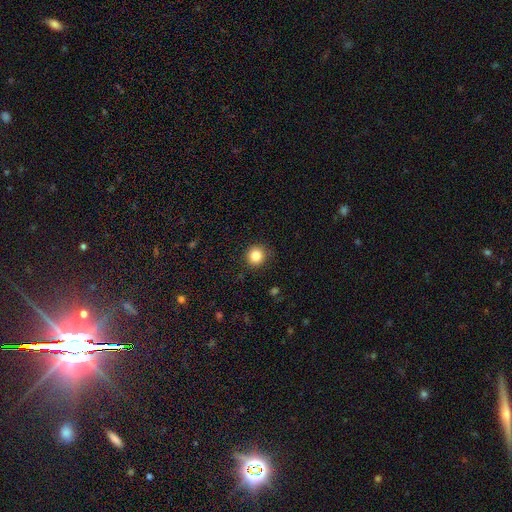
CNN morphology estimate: smooth-or-featured: smooth: 84% | star or artifact: 11% | featured or disk: 5%
  how-rounded: round: 92% | in between: 7% | cigar-shaped: 1%
  merging: none: 90% | minor disturbance: 7% | major disturbance: 2% | merger: 1%